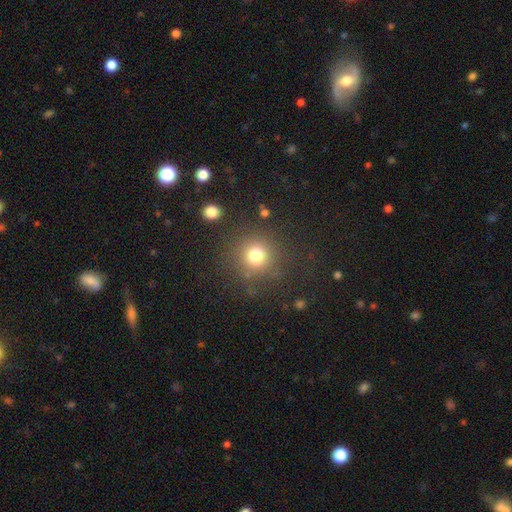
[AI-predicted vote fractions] smooth 76%, star or artifact 16%, featured or disk 8%. Down the decision tree: how rounded — round (92%); merging — none (83%).